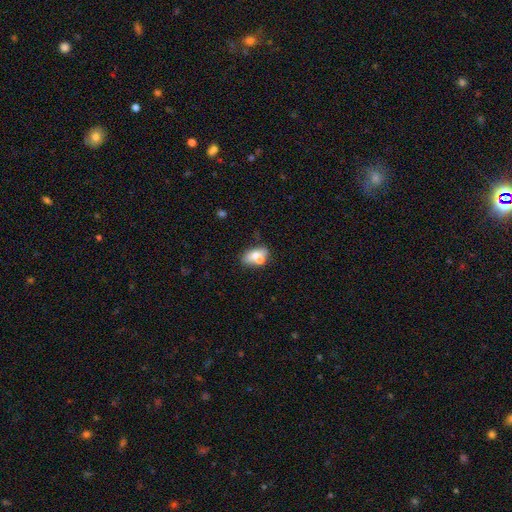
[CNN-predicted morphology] A smooth galaxy with no disk features (62%) that is in between round and cigar-shaped (80%).

Vote fractions:
- Smooth or featured? smooth: 62% / featured or disk: 29% / star or artifact: 9%
- How rounded? in between: 80% / round: 15% / cigar-shaped: 5%
- Merging? merger: 40% / none: 39% / minor disturbance: 14% / major disturbance: 7%